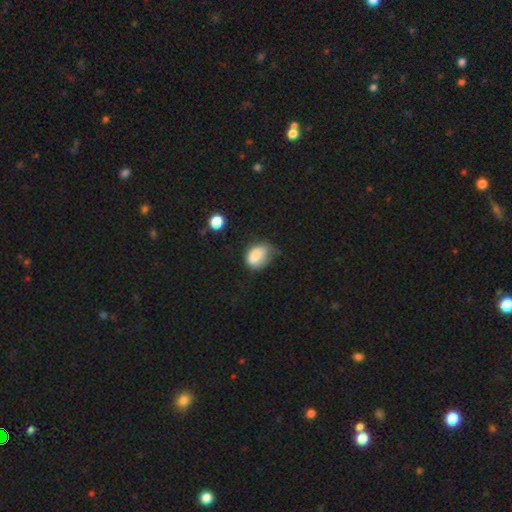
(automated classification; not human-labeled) smooth_or_featured: smooth (p=0.82) [alt: featured or disk p=0.10]
how_rounded: in between (p=0.76) [alt: round p=0.22]
merging: minor disturbance (p=0.43) [alt: none p=0.30]